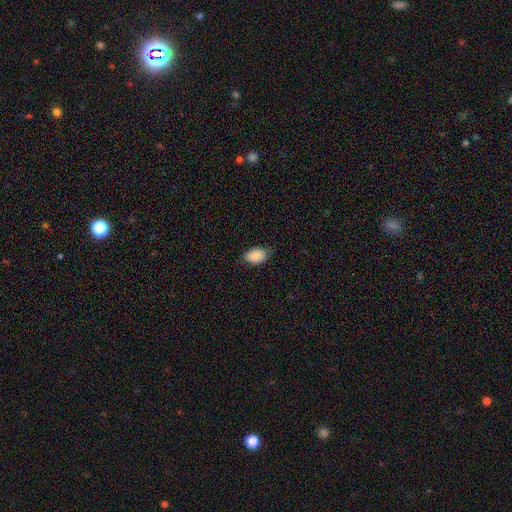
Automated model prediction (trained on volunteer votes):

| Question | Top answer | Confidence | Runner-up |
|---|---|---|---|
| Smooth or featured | smooth | 90% | star or artifact (7%) |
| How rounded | in between | 91% | round (8%) |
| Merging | none | 81% | minor disturbance (16%) |